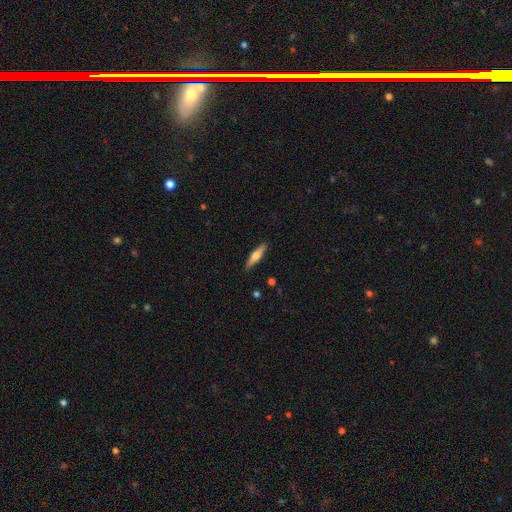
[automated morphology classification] Q: Smooth or featured?
A: smooth (53%); runner-up: featured or disk (41%)
Q: How rounded?
A: cigar-shaped (78%); runner-up: in between (20%)
Q: Merging?
A: none (89%); runner-up: minor disturbance (8%)